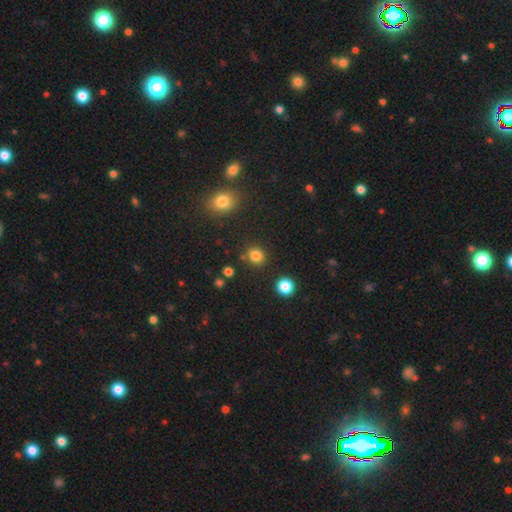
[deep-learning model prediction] A smooth galaxy with no disk features (82%) that is round (83%). Merging: none (84%).